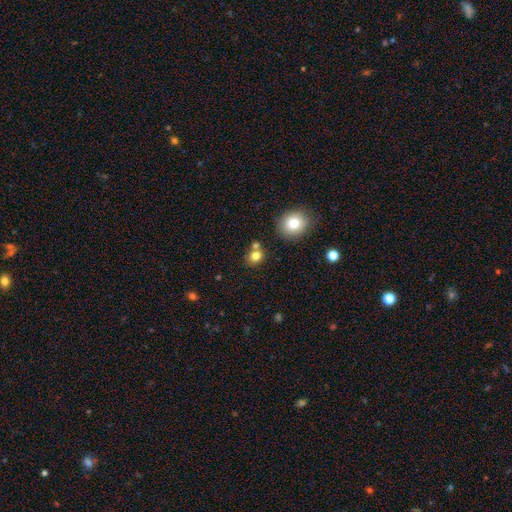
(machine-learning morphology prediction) smooth_or_featured: smooth (p=0.79) [alt: star or artifact p=0.12]
how_rounded: round (p=0.74) [alt: in between p=0.25]
merging: none (p=0.65) [alt: merger p=0.22]